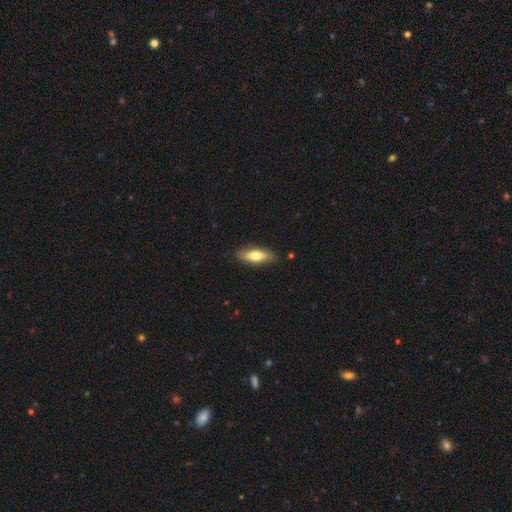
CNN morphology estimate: Q: Smooth or featured?
A: smooth (69%); runner-up: featured or disk (25%)
Q: How rounded?
A: in between (64%); runner-up: cigar-shaped (34%)
Q: Merging?
A: none (86%); runner-up: minor disturbance (11%)